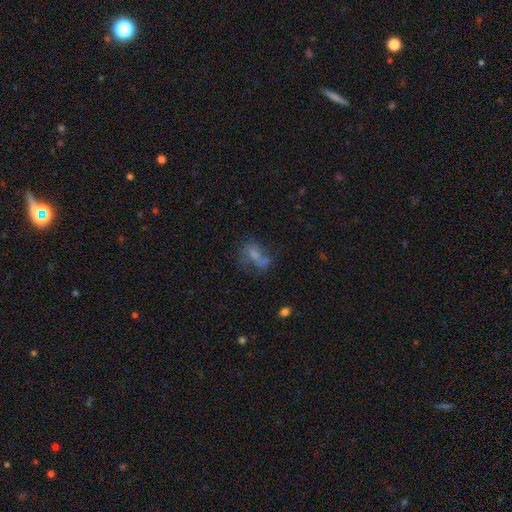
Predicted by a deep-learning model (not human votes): The model was most divided on "smooth or featured": smooth: 43%, featured or disk: 39%, star or artifact: 18%. Remaining: merging — none (35%).